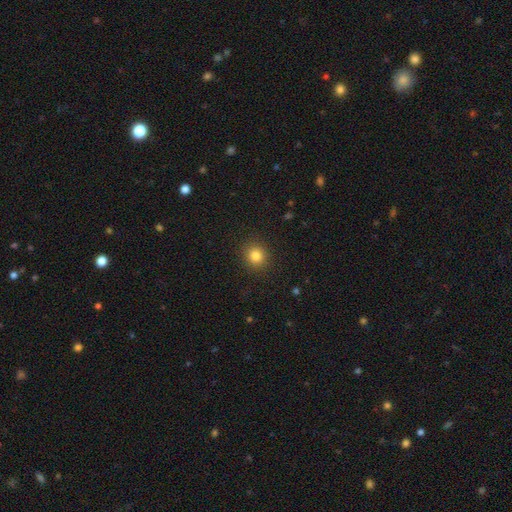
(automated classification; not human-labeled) Smooth or featured? smooth (83%)
How rounded? round (88%)
Merging? none (91%)